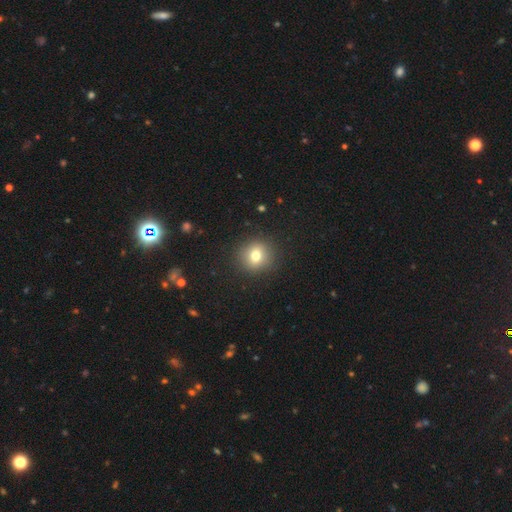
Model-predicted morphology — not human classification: Smooth or featured? Predicted: smooth (p=0.75). How rounded? Predicted: round (p=0.87). Merging? Predicted: none (p=0.90).